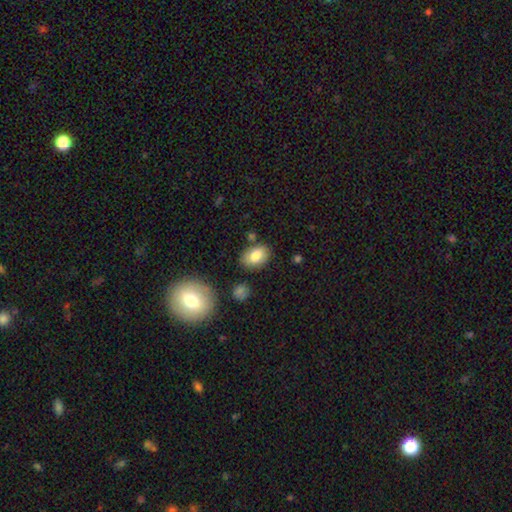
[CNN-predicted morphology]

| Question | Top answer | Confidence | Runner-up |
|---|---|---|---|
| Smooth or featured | smooth | 82% | featured or disk (10%) |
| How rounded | in between | 85% | round (14%) |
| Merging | none | 79% | minor disturbance (13%) |